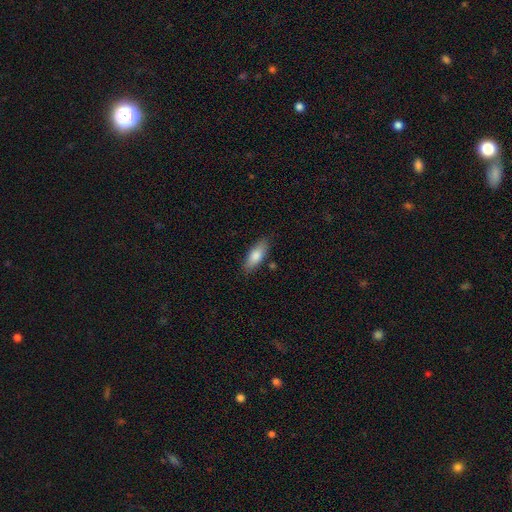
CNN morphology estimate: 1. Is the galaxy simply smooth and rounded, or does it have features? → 80% smooth, 14% featured or disk, 6% star or artifact.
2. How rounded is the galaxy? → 72% in between, 26% cigar-shaped, 2% round.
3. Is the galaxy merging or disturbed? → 83% none, 13% minor disturbance, 3% major disturbance, 2% merger.